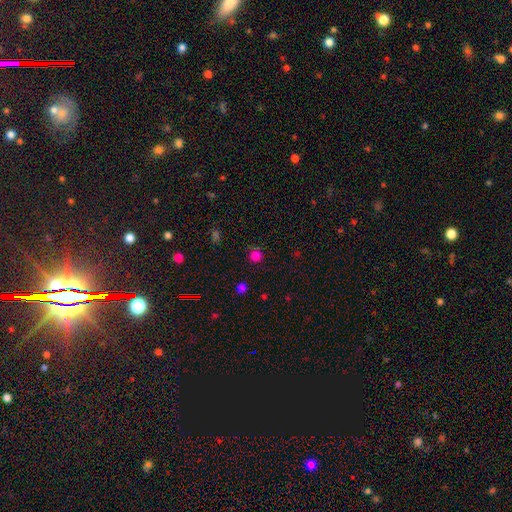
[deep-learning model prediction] Smooth or featured?
  - smooth: 78% *
  - star or artifact: 18%
  - featured or disk: 4%
How rounded?
  - round: 94% *
  - in between: 5%
  - cigar-shaped: 1%
Merging?
  - none: 88% *
  - minor disturbance: 8%
  - major disturbance: 3%
  - merger: 2%